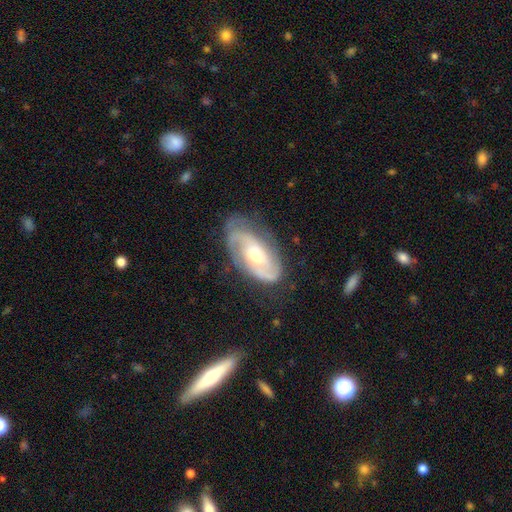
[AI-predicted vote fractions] Overall: featured or disk (84%). Edge-on disk: no (95%). Bar: no (51%; weak 37%). Spiral arms: yes (94%). Spiral arm count: 2 (70%). Spiral winding: medium (43%; tight 39%). Bulge size: moderate (68%). Merging: none (67%).